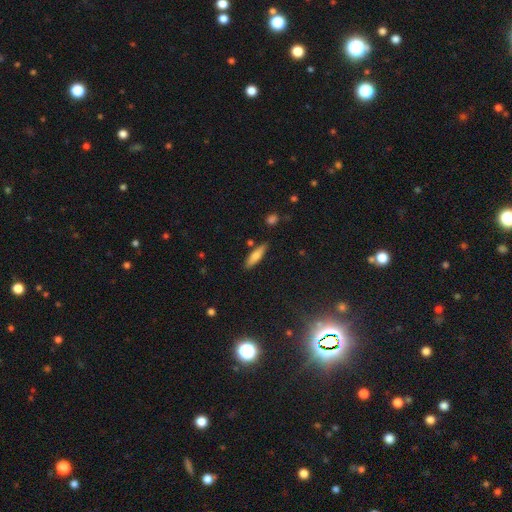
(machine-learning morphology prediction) The model was most divided on "how rounded": cigar-shaped: 66%, in between: 32%, round: 2%. More confident: merging — none (83%); smooth or featured — smooth (70%).